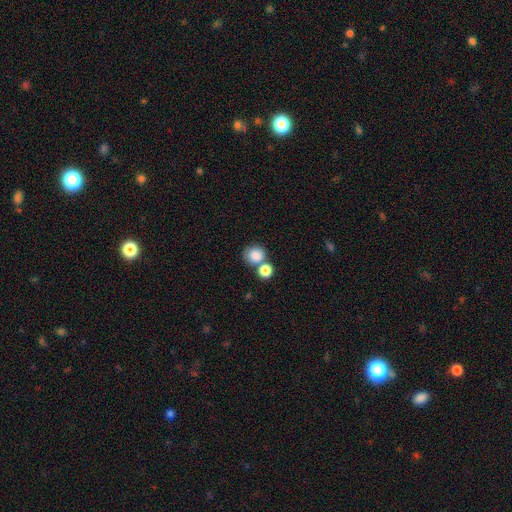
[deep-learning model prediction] This appears to be a smooth galaxy with no disk features (84%) that is round (84%). Merging: none (51%).